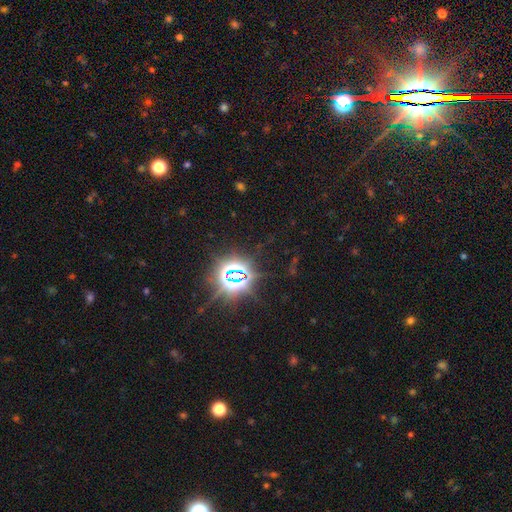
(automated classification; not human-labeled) Overall: star or artifact (83%).